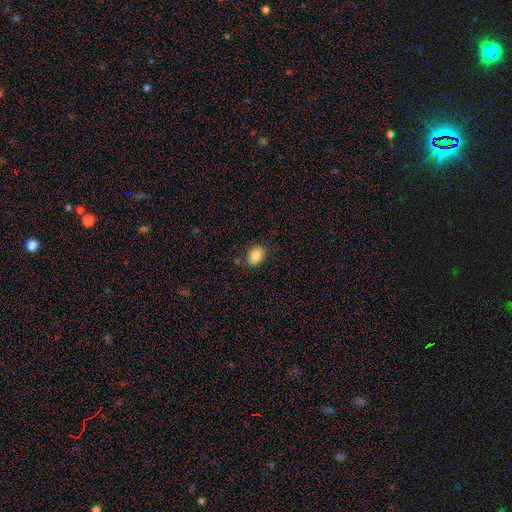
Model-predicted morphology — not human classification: Q: Smooth or featured?
A: smooth (84%); runner-up: star or artifact (8%)
Q: How rounded?
A: in between (72%); runner-up: round (27%)
Q: Merging?
A: none (84%); runner-up: minor disturbance (11%)